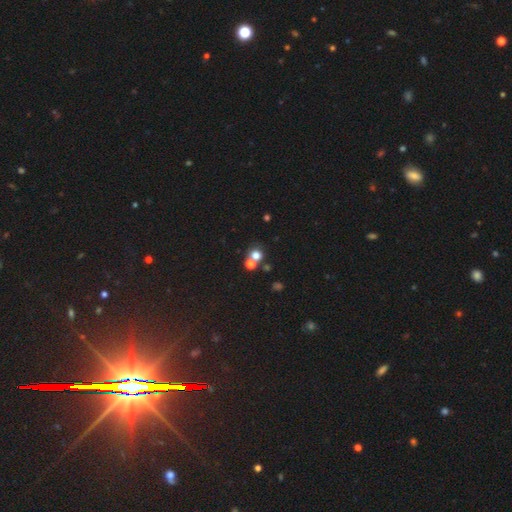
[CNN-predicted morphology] The model was most divided on "merging": none: 56%, merger: 33%, minor disturbance: 7%, major disturbance: 4%. More confident: how rounded — round (83%); smooth or featured — smooth (72%).